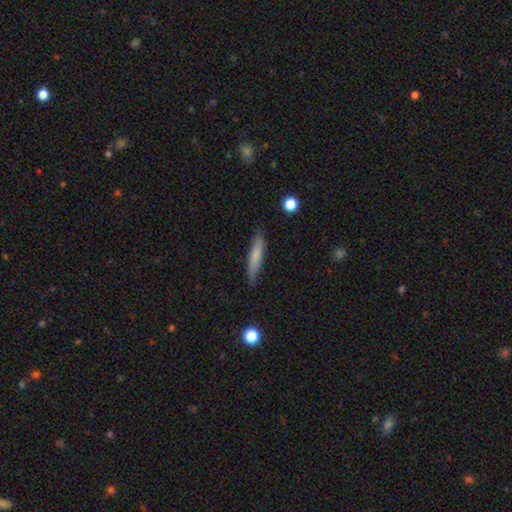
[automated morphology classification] type=smooth (70%); roundness=cigar-shaped (88%); merging=none (82%).